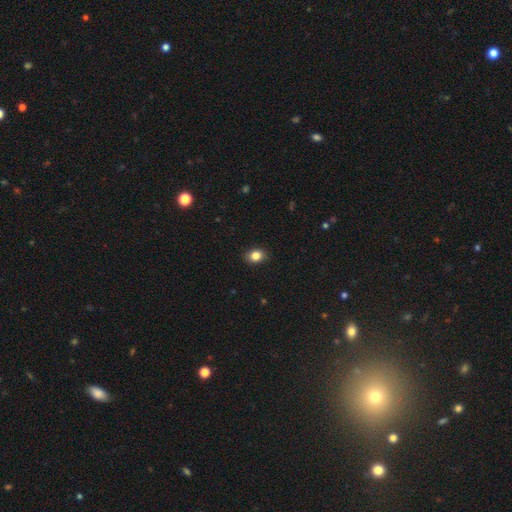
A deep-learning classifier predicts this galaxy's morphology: Q: Smooth or featured?
A: smooth (85%); runner-up: star or artifact (10%)
Q: How rounded?
A: in between (57%); runner-up: round (42%)
Q: Merging?
A: none (88%); runner-up: minor disturbance (9%)